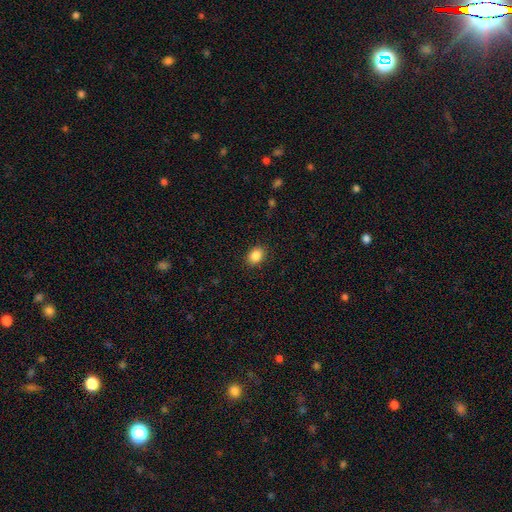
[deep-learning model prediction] Overall: smooth (87%). How rounded: in between (67%; round 32%). Merging: none (89%).